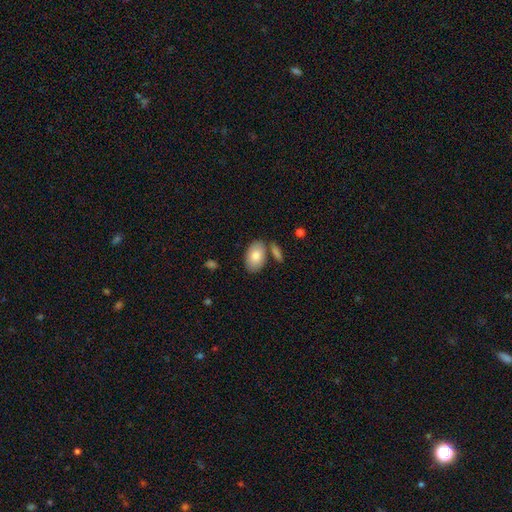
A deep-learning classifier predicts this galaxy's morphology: smooth_or_featured: smooth (p=0.83) [alt: featured or disk p=0.11]
how_rounded: in between (p=0.93) [alt: round p=0.06]
merging: none (p=0.71) [alt: minor disturbance p=0.13]